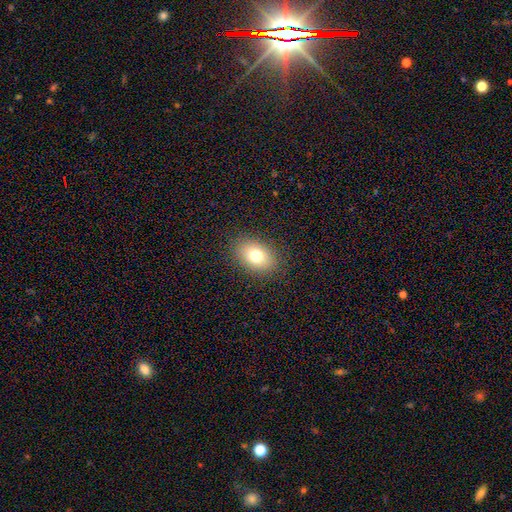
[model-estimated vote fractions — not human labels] Smooth or featured?
  - smooth: 76% *
  - featured or disk: 13%
  - star or artifact: 11%
How rounded?
  - in between: 78% *
  - round: 20%
  - cigar-shaped: 1%
Merging?
  - none: 87% *
  - minor disturbance: 9%
  - major disturbance: 3%
  - merger: 1%